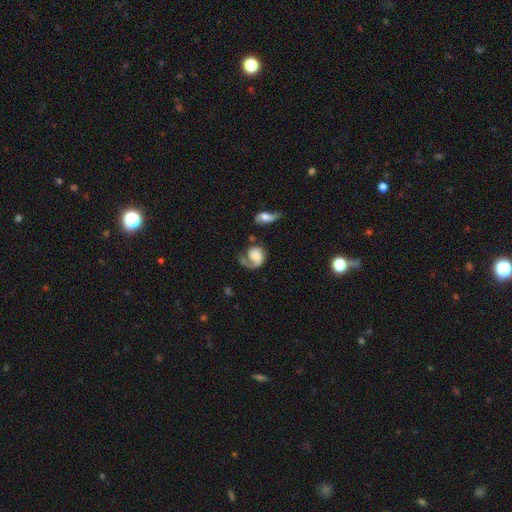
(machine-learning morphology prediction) A featured or disk galaxy (66%) with no bar (74%), 1 (81%) loose (36%) spiral arms (91%) and a large central bulge (29%).

Vote fractions:
- Smooth or featured? featured or disk: 66% / smooth: 27% / star or artifact: 7%
- Edge-on disk? no: 97% / yes: 3%
- Bar? no: 74% / weak: 22% / strong: 5%
- Spiral arms? yes: 91% / no: 9%
- Spiral winding? loose: 36% / medium: 33% / tight: 31%
- Spiral arm count? 1: 81% / 2: 12% / can't tell: 4% / 3: 1% / 4: 1% / more than 4: 1%
- Bulge size? large: 29% / none: 26% / moderate: 21% / small: 16% / dominant: 8%
- Merging? none: 38% / major disturbance: 34% / minor disturbance: 18% / merger: 10%